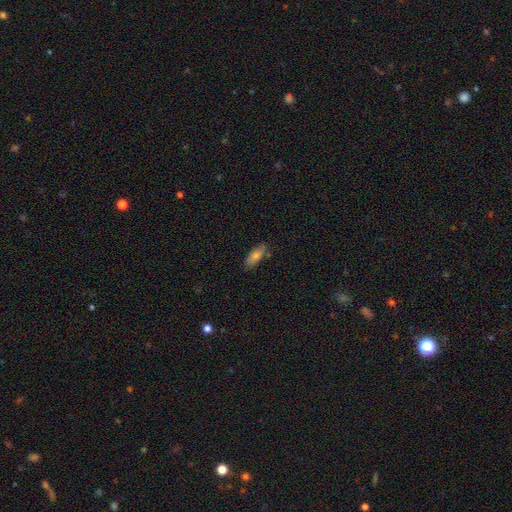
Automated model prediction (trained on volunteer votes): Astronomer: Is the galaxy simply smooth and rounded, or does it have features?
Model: smooth — 76%.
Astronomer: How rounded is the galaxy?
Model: in between — 75%.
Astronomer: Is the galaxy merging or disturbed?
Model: none — 78%.